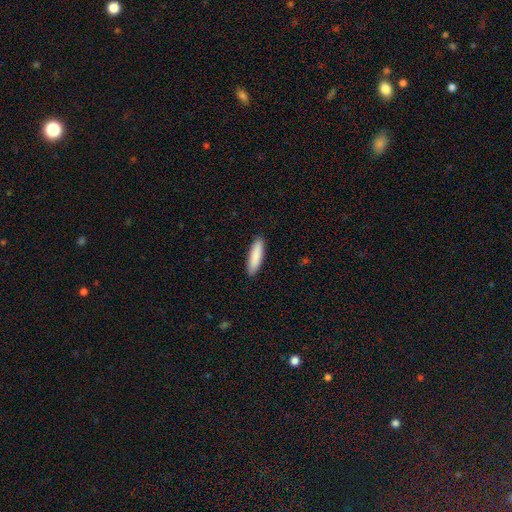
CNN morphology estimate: Smooth or featured?
  - smooth: 89% *
  - featured or disk: 6%
  - star or artifact: 5%
How rounded?
  - cigar-shaped: 68% *
  - in between: 30%
  - round: 1%
Merging?
  - none: 91% *
  - minor disturbance: 7%
  - major disturbance: 1%
  - merger: 1%